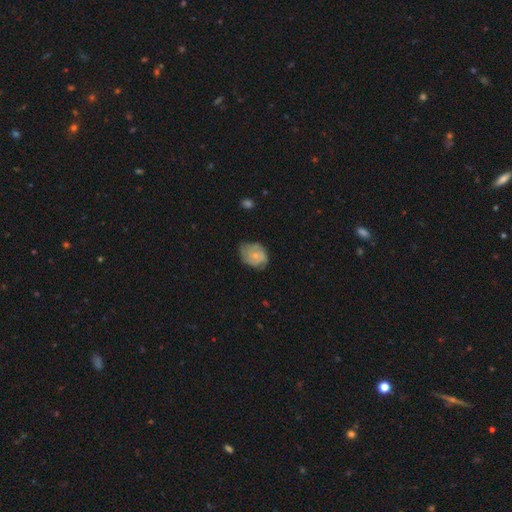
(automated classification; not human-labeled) Overall: featured or disk (53%; smooth 40%). Edge-on disk: no (97%). Bar: no (79%). Spiral arms: yes (79%). Bulge size: small (65%; moderate 29%). Merging: none (52%; minor disturbance 35%).